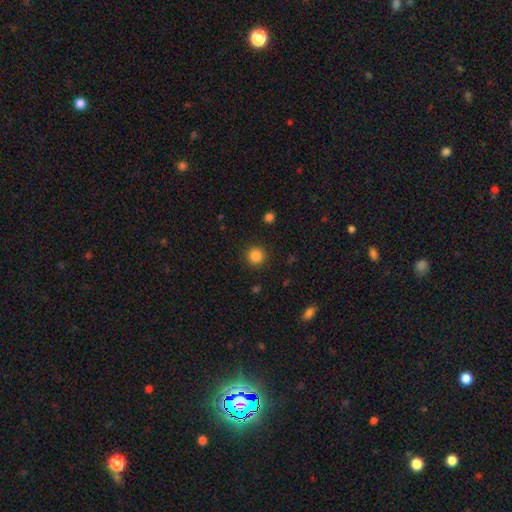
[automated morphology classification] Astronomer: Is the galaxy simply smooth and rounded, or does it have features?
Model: smooth — 85%.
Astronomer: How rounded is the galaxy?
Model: round — 94%.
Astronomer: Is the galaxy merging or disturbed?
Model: none — 91%.